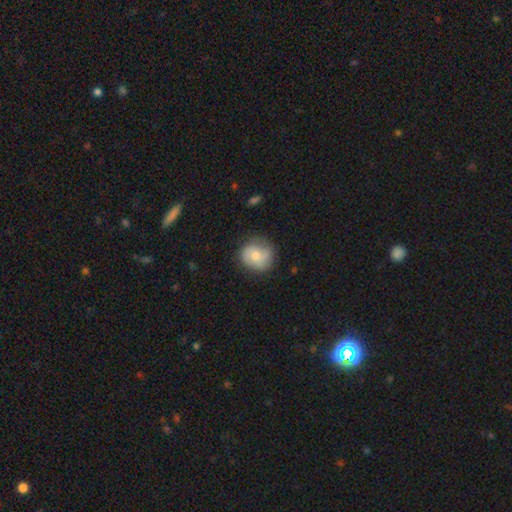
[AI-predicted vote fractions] smooth-or-featured: smooth: 61% | featured or disk: 32% | star or artifact: 7%
  how-rounded: round: 79% | in between: 20% | cigar-shaped: 1%
  merging: none: 70% | minor disturbance: 22% | major disturbance: 6% | merger: 2%